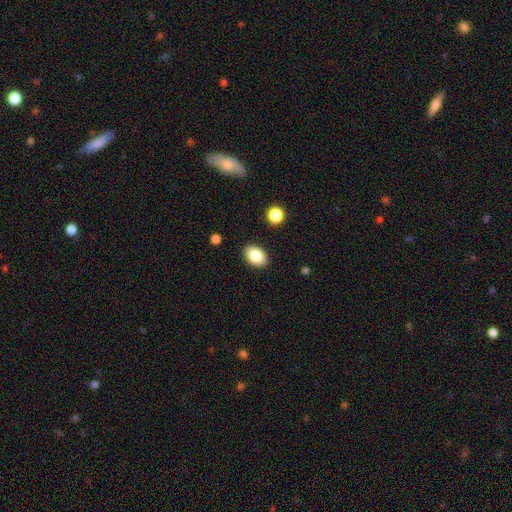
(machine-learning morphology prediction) Overall: smooth (85%). How rounded: in between (86%). Merging: none (88%).